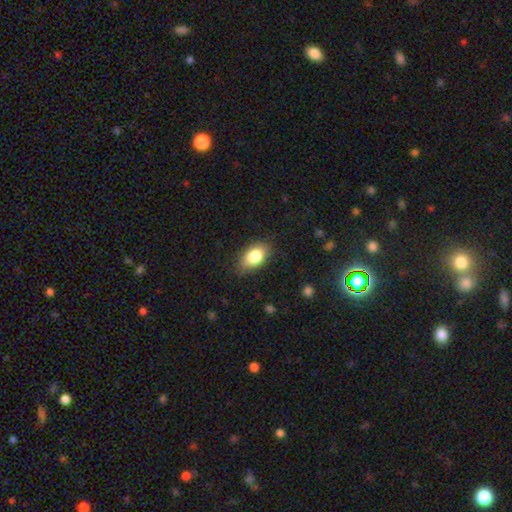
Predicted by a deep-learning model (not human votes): Overall: smooth (83%). How rounded: in between (89%). Merging: none (75%).